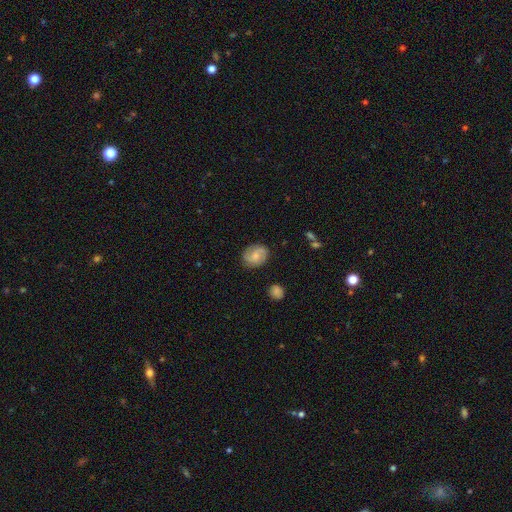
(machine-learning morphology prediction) Overall: smooth (47%; featured or disk 45%). Merging: none (81%).